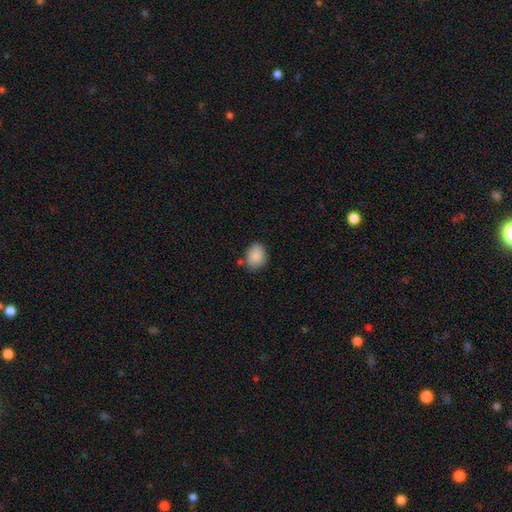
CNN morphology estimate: smooth-or-featured: smooth: 88% | star or artifact: 7% | featured or disk: 4%
  how-rounded: in between: 63% | round: 37% | cigar-shaped: 1%
  merging: none: 72% | minor disturbance: 19% | merger: 5% | major disturbance: 4%